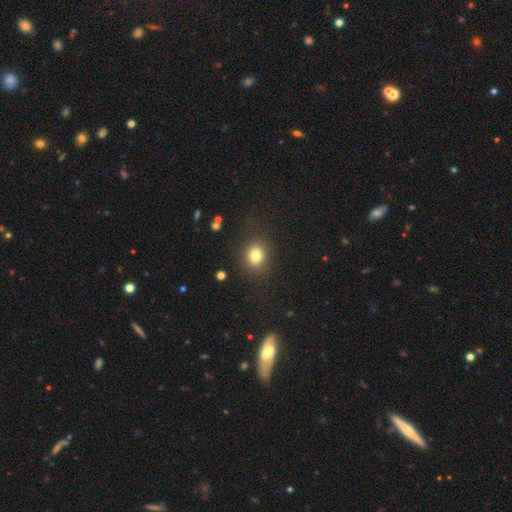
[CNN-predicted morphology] smooth 80%, star or artifact 13%, featured or disk 8%. Down the decision tree: how rounded — round (67%); merging — none (81%).